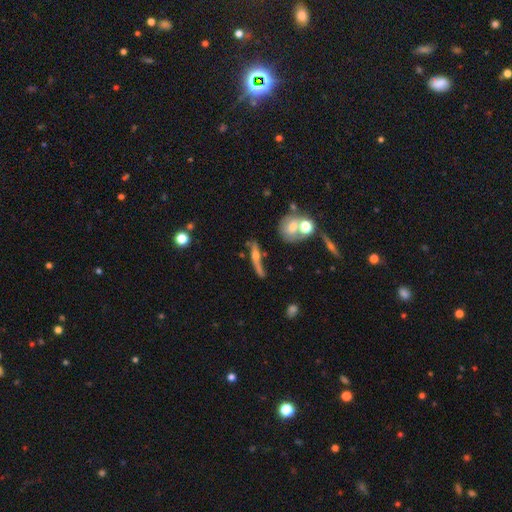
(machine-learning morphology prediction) A featured or disk galaxy (67%) viewed edge-on (79%) with a rounded central bulge (88%). Merging: none (58%).